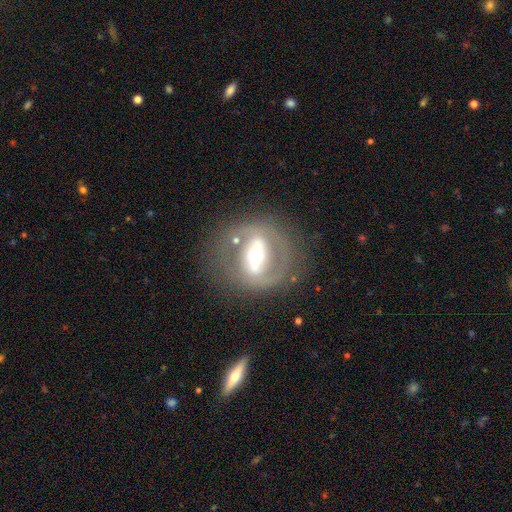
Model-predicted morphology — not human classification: A featured or disk galaxy (70%) with a strong bar (54%), no spiral arms (69%) and a moderate central bulge (65%).

Vote fractions:
- Smooth or featured? featured or disk: 70% / smooth: 23% / star or artifact: 7%
- Edge-on disk? no: 91% / yes: 9%
- Bar? strong: 54% / weak: 25% / no: 21%
- Spiral arms? no: 69% / yes: 31%
- Bulge size? moderate: 65% / large: 19% / small: 12% / dominant: 2% / none: 1%
- Merging? none: 72% / minor disturbance: 14% / major disturbance: 11% / merger: 4%